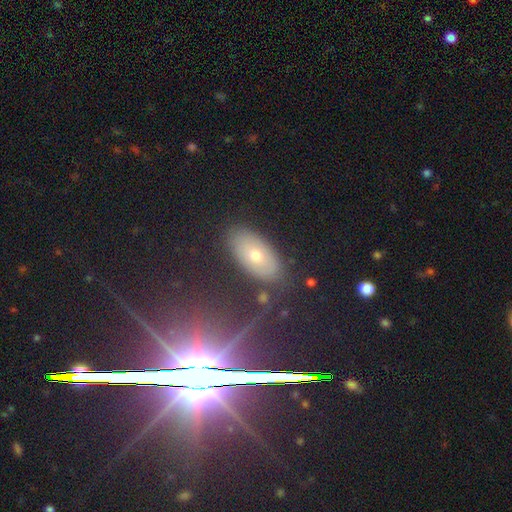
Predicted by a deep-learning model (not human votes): Overall: smooth (58%; featured or disk 27%). How rounded: in between (90%). Merging: none (83%).